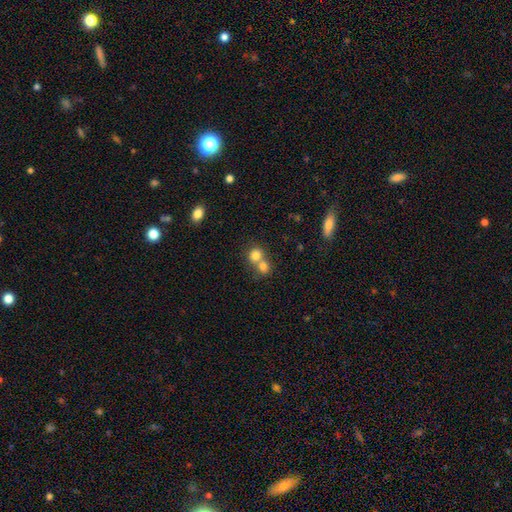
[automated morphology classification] This appears to be a smooth galaxy with no disk features (79%) that is round (82%). Merging: merger (55%).